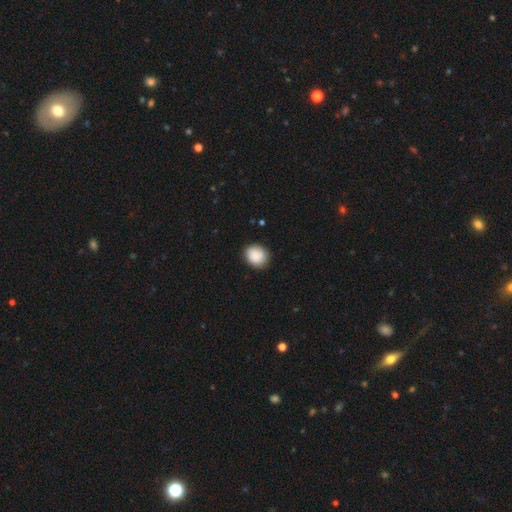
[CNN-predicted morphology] Overall: smooth (86%). How rounded: round (69%; in between 30%). Merging: none (83%).